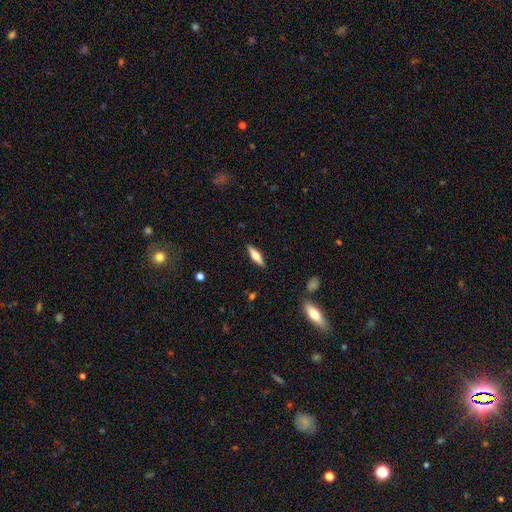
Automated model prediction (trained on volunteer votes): smooth_or_featured: smooth (p=0.53) [alt: featured or disk p=0.40]
how_rounded: cigar-shaped (p=0.56) [alt: in between p=0.42]
merging: none (p=0.88) [alt: minor disturbance p=0.09]